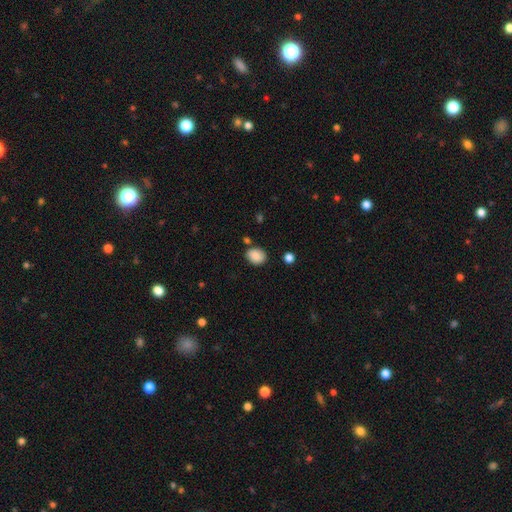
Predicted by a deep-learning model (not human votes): This is clearly a smooth galaxy (88%). How rounded: possibly in between (52%). Merging: likely none (77%).